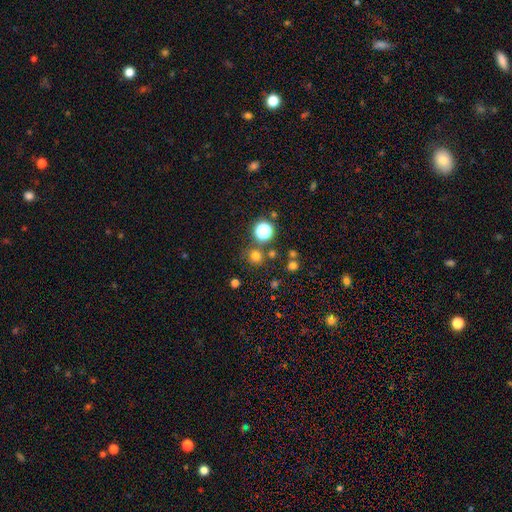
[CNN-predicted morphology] Smooth or featured? smooth (68%)
How rounded? round (90%)
Merging? none (78%)